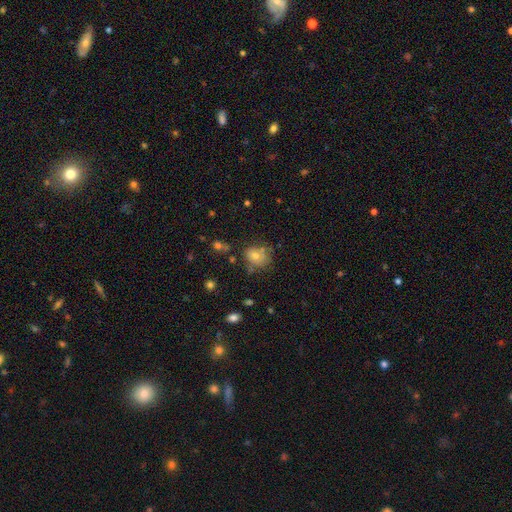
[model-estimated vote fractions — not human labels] Smooth or featured? smooth (65%)
How rounded? round (61%)
Merging? none (55%)